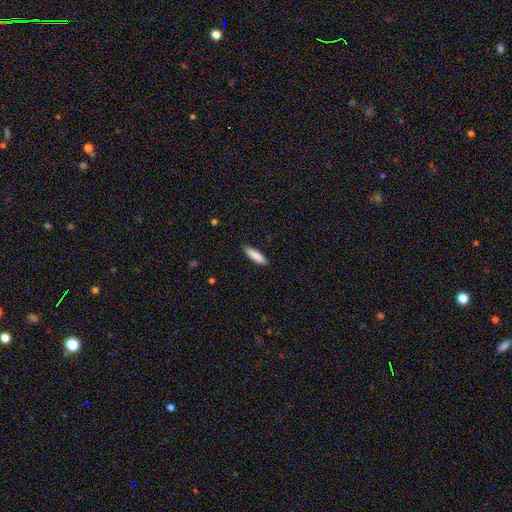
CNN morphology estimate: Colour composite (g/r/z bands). It shows a smooth galaxy with no disk features (88%) that is cigar-shaped (65%). Merging: none (90%).